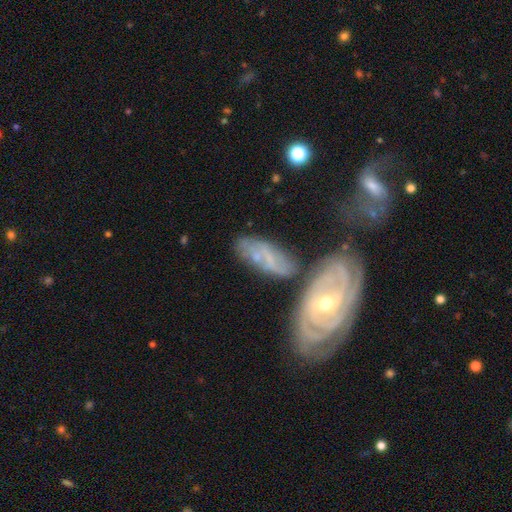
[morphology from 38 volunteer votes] Smooth or featured?
  - featured or disk: 66% *
  - smooth: 32%
  - star or artifact: 3%
Edge-on disk?
  - no: 84% *
  - yes: 16%
Bar?
  - no: 57% *
  - weak: 38%
  - strong: 5%
Spiral arms?
  - yes: 81% *
  - no: 19%
Spiral winding?
  - tight: 76% *
  - medium: 12%
  - loose: 12%
Spiral arm count?
  - can't tell: 59% *
  - 2: 18%
  - 3: 12%
  - more than 4: 12%
  - 1: 0%
  - 4: 0%
Bulge size?
  - moderate: 38% *
  - small: 33%
  - none: 29%
  - dominant: 0%
  - large: 0%
Merging?
  - none: 49% *
  - merger: 24%
  - minor disturbance: 19%
  - major disturbance: 8%